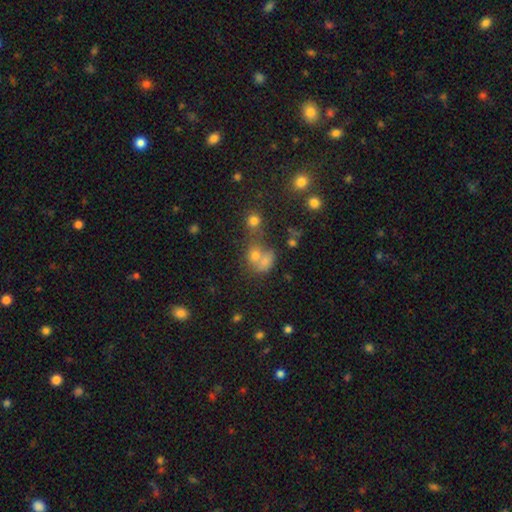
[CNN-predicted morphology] Overall: smooth (53%; star or artifact 31%). How rounded: round (67%; in between 31%). Merging: merger (48%; none 37%).